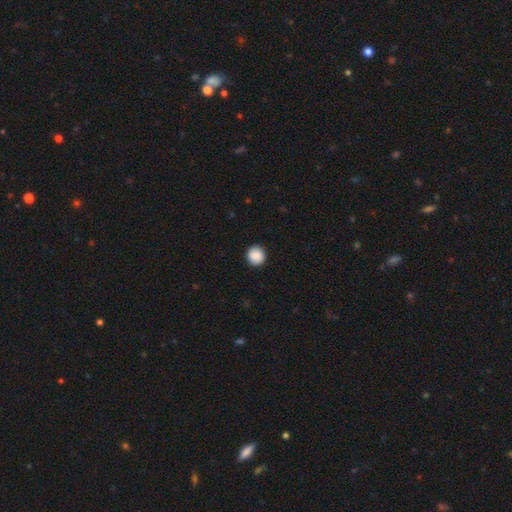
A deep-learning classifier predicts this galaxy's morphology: smooth-or-featured: smooth: 88% | star or artifact: 8% | featured or disk: 4%
  how-rounded: round: 93% | in between: 6% | cigar-shaped: 1%
  merging: none: 91% | minor disturbance: 7% | major disturbance: 2% | merger: 1%